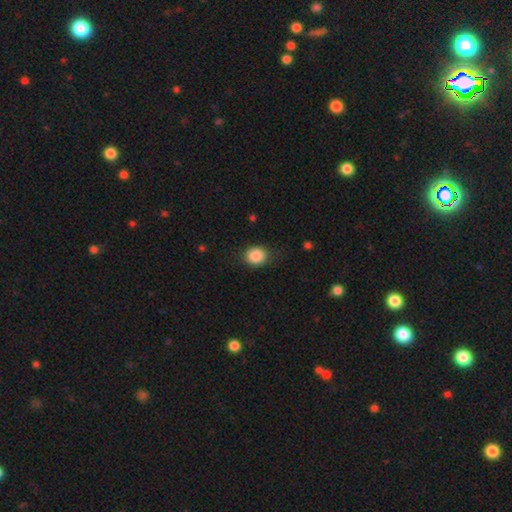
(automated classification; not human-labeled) smooth-or-featured: smooth: 87% | star or artifact: 9% | featured or disk: 4%
  how-rounded: round: 69% | in between: 30% | cigar-shaped: 1%
  merging: none: 79% | minor disturbance: 16% | major disturbance: 4% | merger: 1%